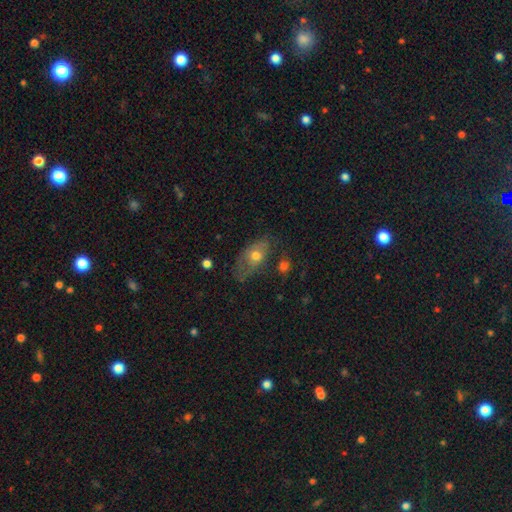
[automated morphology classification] Q: Smooth or featured?
A: smooth (59%); runner-up: featured or disk (32%)
Q: How rounded?
A: in between (85%); runner-up: round (10%)
Q: Merging?
A: none (48%); runner-up: minor disturbance (30%)